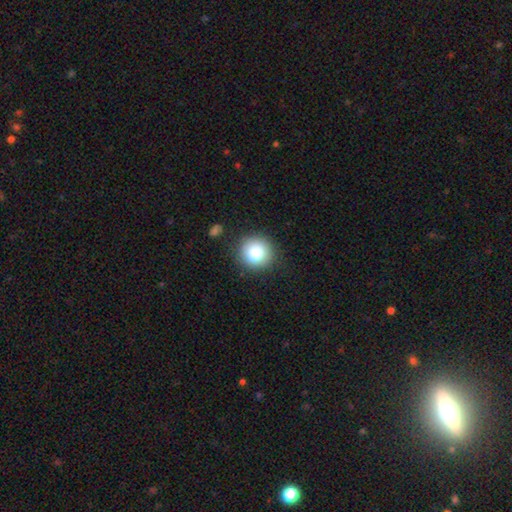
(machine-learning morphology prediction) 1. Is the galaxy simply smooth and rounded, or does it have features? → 84% smooth, 10% star or artifact, 7% featured or disk.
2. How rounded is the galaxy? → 93% round, 6% in between, 1% cigar-shaped.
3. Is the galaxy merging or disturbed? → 87% none, 9% minor disturbance, 3% major disturbance, 2% merger.